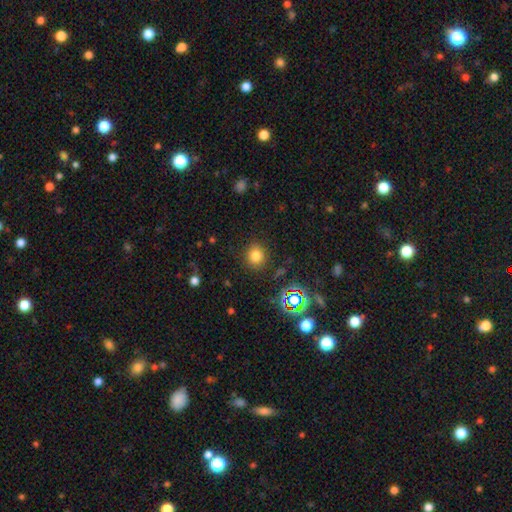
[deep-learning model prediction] smooth 77%, star or artifact 17%, featured or disk 6%. Down the decision tree: how rounded — round (86%); merging — none (87%).